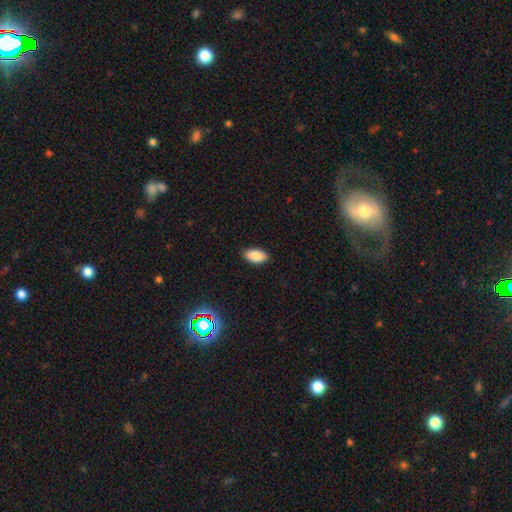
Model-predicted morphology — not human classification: The model was most divided on "merging": none: 88%, minor disturbance: 9%, major disturbance: 2%, merger: 1%. More confident: how rounded — in between (94%); smooth or featured — smooth (87%).